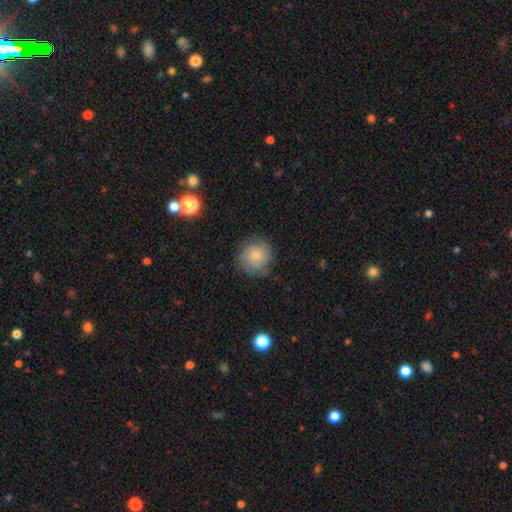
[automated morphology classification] This is likely a smooth galaxy (69%). How rounded: clearly round (91%). Merging: likely none (74%).